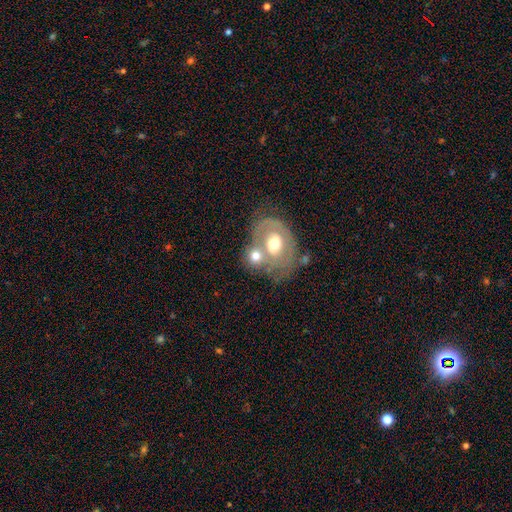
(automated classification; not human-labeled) smooth_or_featured: smooth (p=0.46) [tied with: featured or disk p=0.46]
merging: merger (p=0.54) [alt: none p=0.27]